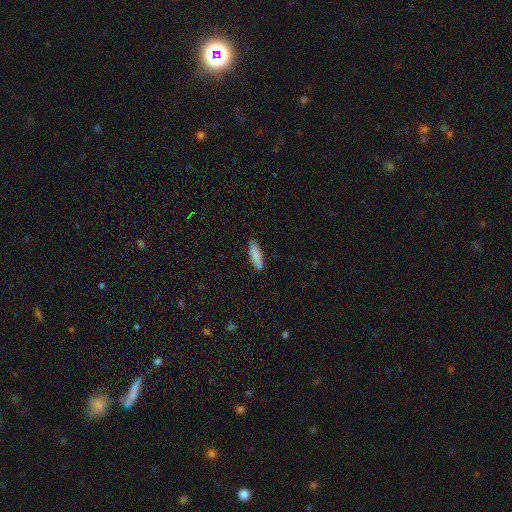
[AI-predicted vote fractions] smooth_or_featured: smooth (p=0.83) [alt: featured or disk p=0.10]
how_rounded: cigar-shaped (p=0.52) [alt: in between p=0.47]
merging: none (p=0.81) [alt: minor disturbance p=0.15]